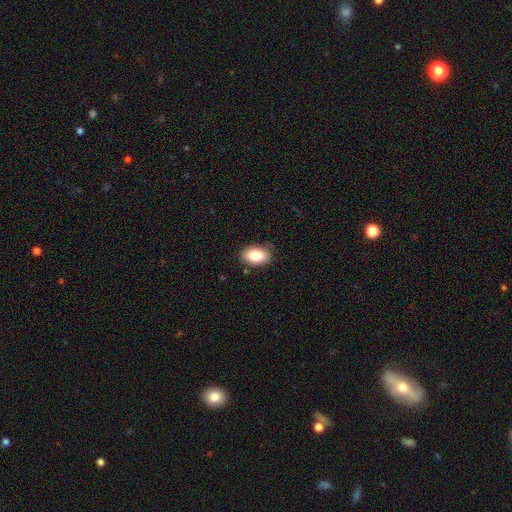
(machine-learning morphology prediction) type=smooth (85%); roundness=in between (91%); merging=none (82%).